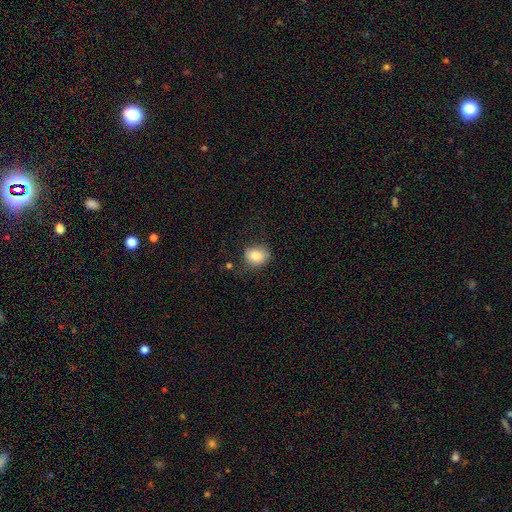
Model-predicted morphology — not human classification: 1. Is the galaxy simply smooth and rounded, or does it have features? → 82% smooth, 9% star or artifact, 9% featured or disk.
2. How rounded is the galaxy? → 59% round, 40% in between, 1% cigar-shaped.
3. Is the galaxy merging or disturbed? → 69% none, 21% minor disturbance, 7% major disturbance, 2% merger.